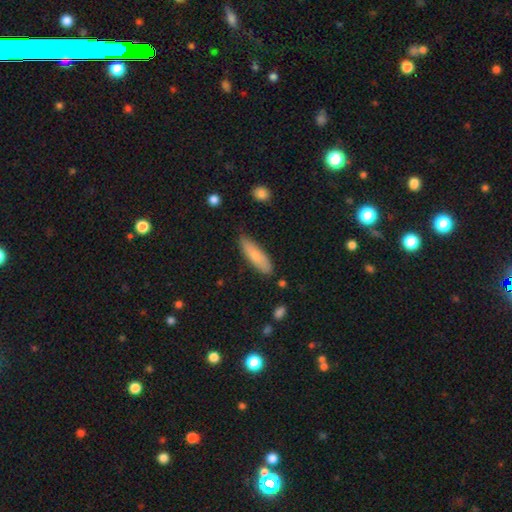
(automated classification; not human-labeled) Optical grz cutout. It shows a smooth galaxy with no disk features (76%) that is cigar-shaped (58%). Merging: none (81%).